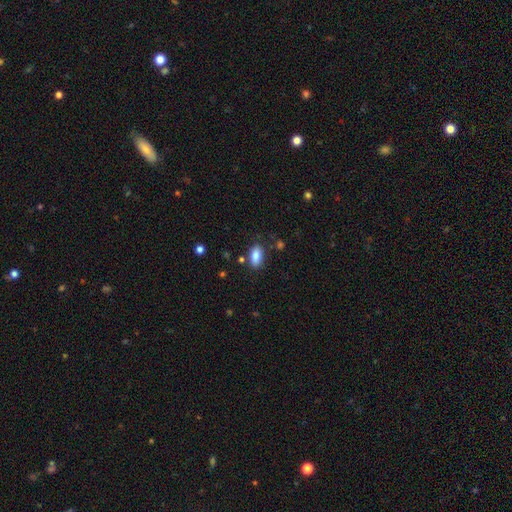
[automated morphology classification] Smooth or featured? Predicted: smooth (p=0.85). How rounded? Predicted: in between (p=0.91). Merging? Predicted: none (p=0.82).